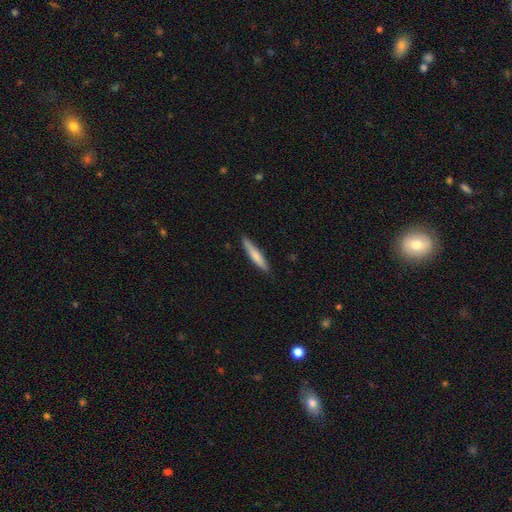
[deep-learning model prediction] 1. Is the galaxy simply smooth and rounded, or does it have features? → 73% smooth, 22% featured or disk, 5% star or artifact.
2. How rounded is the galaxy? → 91% cigar-shaped, 8% in between, 1% round.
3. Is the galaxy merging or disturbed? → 86% none, 11% minor disturbance, 2% major disturbance, 1% merger.